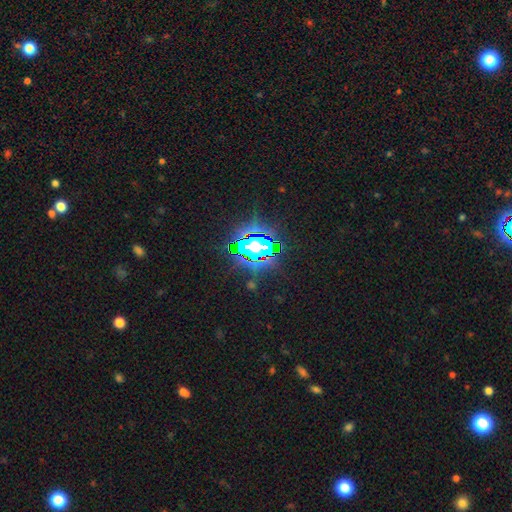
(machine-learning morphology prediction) Smooth or featured? star or artifact (79%)